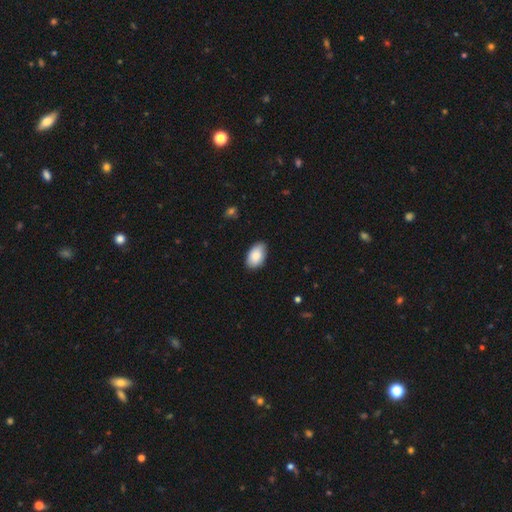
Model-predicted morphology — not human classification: This appears to be a smooth galaxy with no disk features (87%) that is in between round and cigar-shaped (94%). Merging: none (84%).